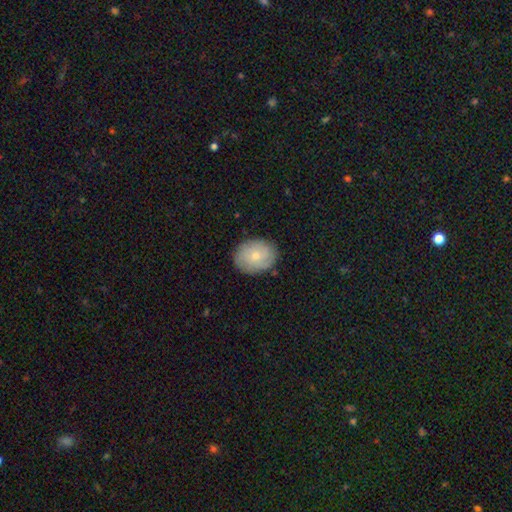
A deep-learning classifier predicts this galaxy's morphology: This is possibly a smooth galaxy (58%). How rounded: possibly in between (51%). Merging: clearly none (82%).